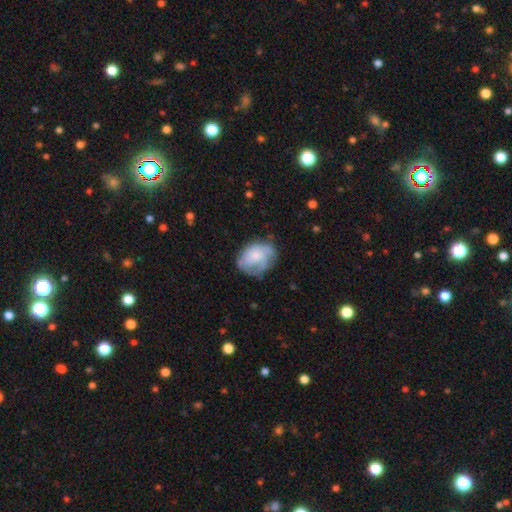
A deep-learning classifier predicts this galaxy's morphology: This appears to be a featured or disk galaxy (49%). Merging: none (56%).